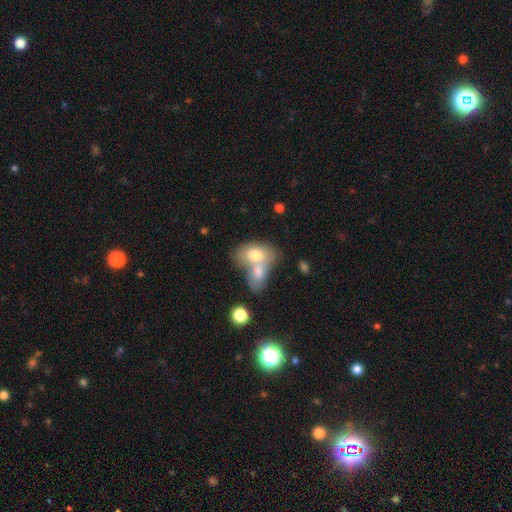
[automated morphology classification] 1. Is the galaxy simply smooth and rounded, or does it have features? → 70% smooth, 23% featured or disk, 7% star or artifact.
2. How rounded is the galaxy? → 83% in between, 15% round, 2% cigar-shaped.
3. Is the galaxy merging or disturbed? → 66% merger, 22% none, 8% minor disturbance, 4% major disturbance.